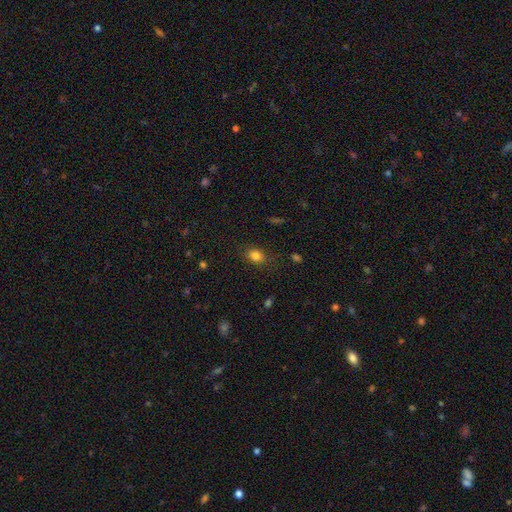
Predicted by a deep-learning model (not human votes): Smooth or featured?
  - smooth: 82% *
  - star or artifact: 12%
  - featured or disk: 6%
How rounded?
  - in between: 60% *
  - round: 38%
  - cigar-shaped: 2%
Merging?
  - none: 80% *
  - minor disturbance: 14%
  - major disturbance: 4%
  - merger: 1%